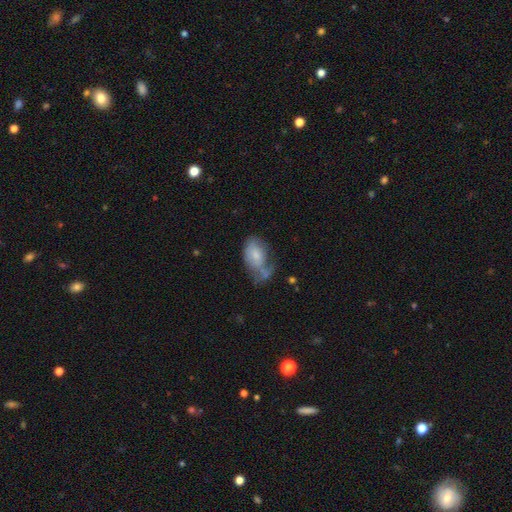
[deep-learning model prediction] Smooth or featured?
  - smooth: 62% *
  - featured or disk: 31%
  - star or artifact: 8%
How rounded?
  - in between: 90% *
  - round: 8%
  - cigar-shaped: 2%
Merging?
  - minor disturbance: 28% * (tied)
  - none: 28% * (tied)
  - major disturbance: 26%
  - merger: 17%